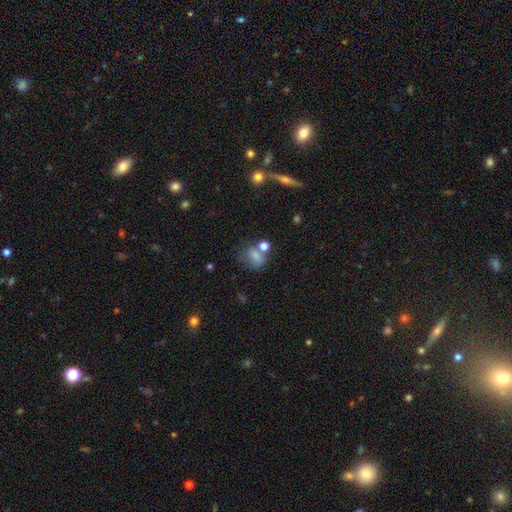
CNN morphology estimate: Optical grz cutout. It shows a smooth galaxy with no disk features (73%) that is in between round and cigar-shaped (61%). Merging: none (41%).